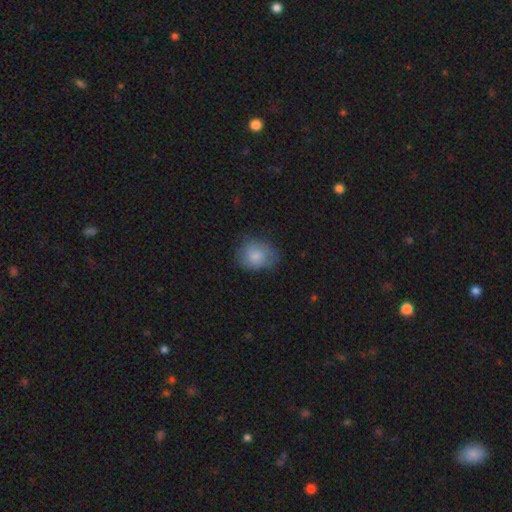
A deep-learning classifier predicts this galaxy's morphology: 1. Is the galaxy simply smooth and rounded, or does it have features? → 71% smooth, 21% featured or disk, 8% star or artifact.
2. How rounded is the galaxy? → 57% round, 42% in between, 1% cigar-shaped.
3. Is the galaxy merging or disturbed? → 64% none, 26% minor disturbance, 9% major disturbance, 1% merger.